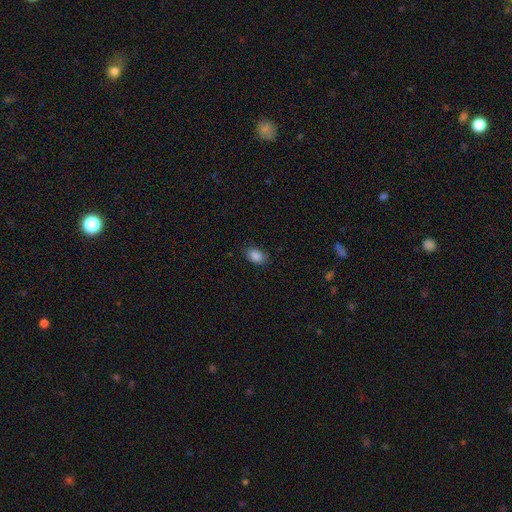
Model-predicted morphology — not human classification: smooth 88%, star or artifact 8%, featured or disk 4%. Down the decision tree: how rounded — in between (87%); merging — none (85%).